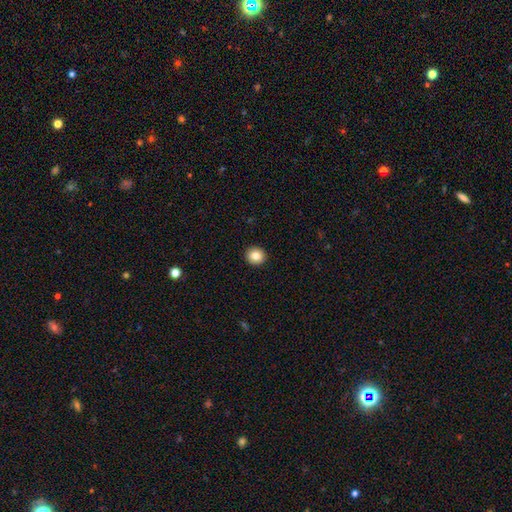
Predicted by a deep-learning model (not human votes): Smooth or featured?
  - smooth: 83% *
  - star or artifact: 9%
  - featured or disk: 7%
How rounded?
  - round: 91% *
  - in between: 8%
  - cigar-shaped: 1%
Merging?
  - none: 93% *
  - minor disturbance: 4%
  - major disturbance: 1%
  - merger: 1%